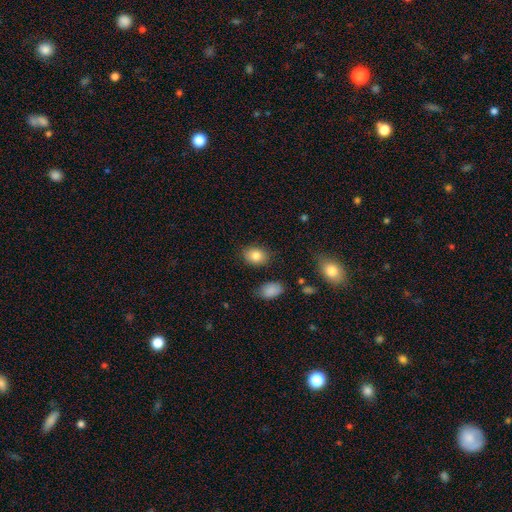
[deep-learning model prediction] This is clearly a smooth galaxy (83%). How rounded: likely in between (71%). Merging: clearly none (83%).